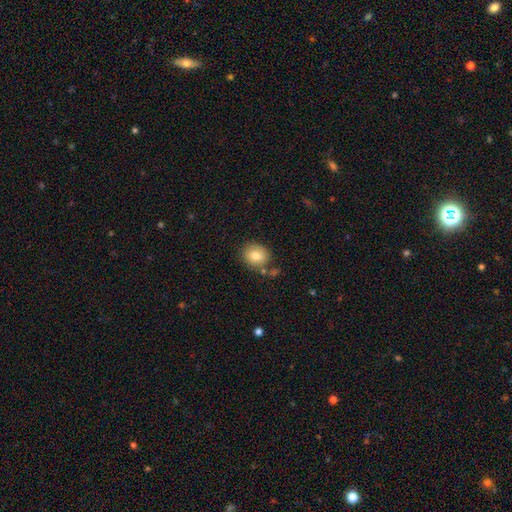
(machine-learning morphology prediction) A smooth galaxy with no disk features (82%) that is round (67%).

Vote fractions:
- Smooth or featured? smooth: 82% / featured or disk: 10% / star or artifact: 9%
- How rounded? round: 67% / in between: 32% / cigar-shaped: 1%
- Merging? none: 74% / minor disturbance: 14% / merger: 9% / major disturbance: 4%